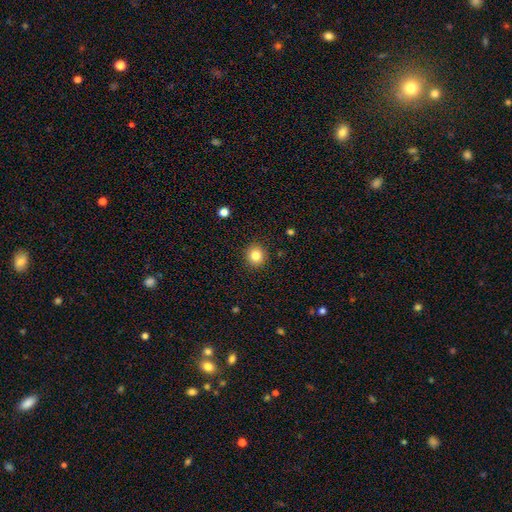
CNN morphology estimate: A smooth galaxy with no disk features (83%) that is round (91%).

Vote fractions:
- Smooth or featured? smooth: 83% / star or artifact: 11% / featured or disk: 6%
- How rounded? round: 91% / in between: 8% / cigar-shaped: 1%
- Merging? none: 91% / minor disturbance: 6% / major disturbance: 2% / merger: 1%